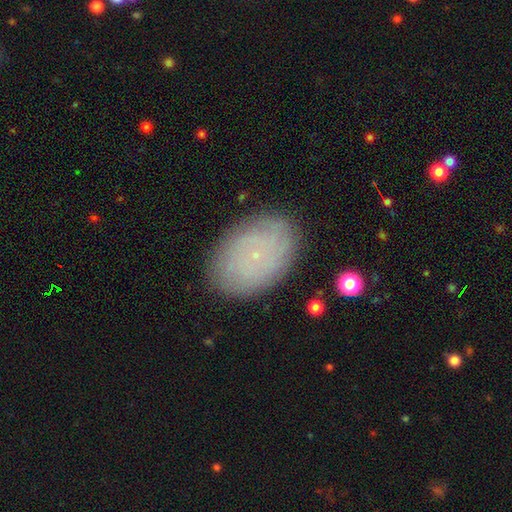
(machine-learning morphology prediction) This is possibly a featured or disk galaxy (57%). It is clearly not viewed edge-on (95%). Bar: clearly no (87%). Spiral arm pattern: clearly yes (80%). Central bulge: clearly small (89%). Merging: clearly none (83%).